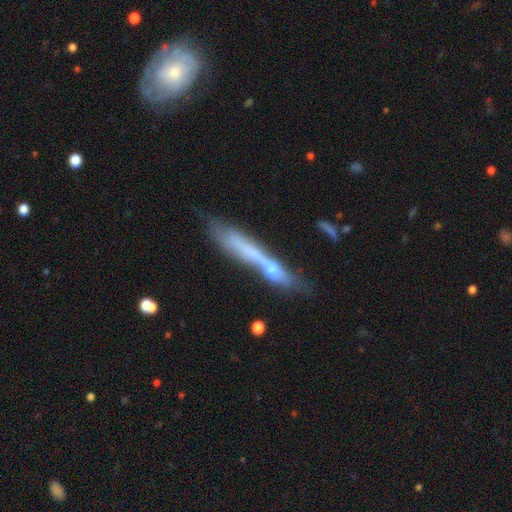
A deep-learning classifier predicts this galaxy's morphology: smooth 46%, featured or disk 44%, star or artifact 9%. Down the decision tree: merging — none (50%).